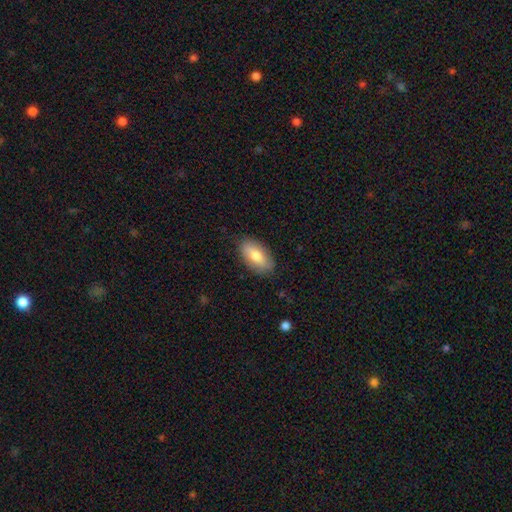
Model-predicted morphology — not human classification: The model was most divided on "smooth or featured": smooth: 72%, featured or disk: 22%, star or artifact: 6%. More confident: how rounded — in between (90%); merging — none (83%).